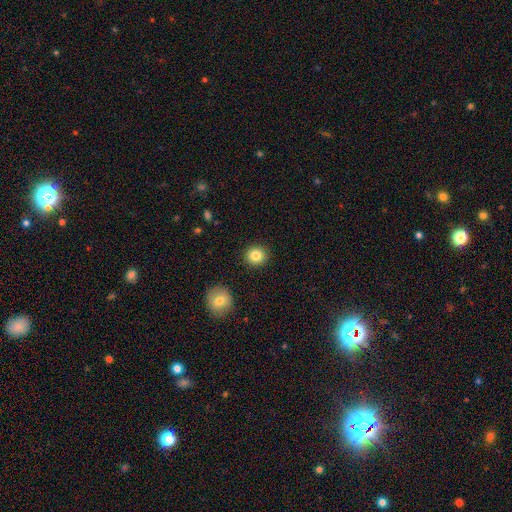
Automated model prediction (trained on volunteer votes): Morphology: type=smooth (84%); roundness=round (90%); merging=none (91%).